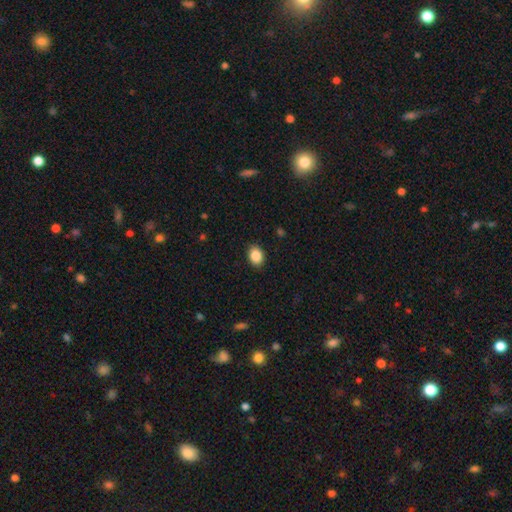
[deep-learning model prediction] Q: Smooth or featured?
A: smooth (87%); runner-up: star or artifact (8%)
Q: How rounded?
A: in between (67%); runner-up: round (32%)
Q: Merging?
A: none (89%); runner-up: minor disturbance (8%)